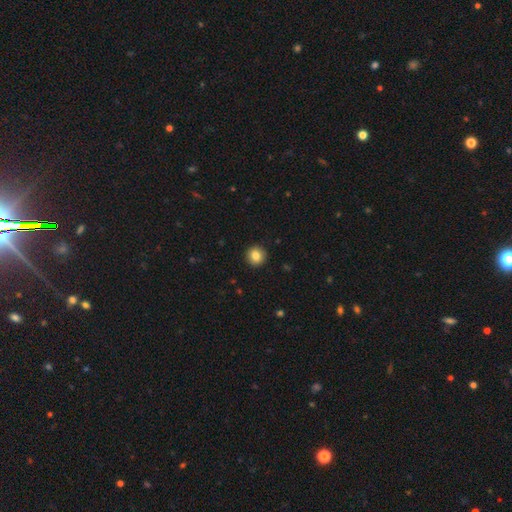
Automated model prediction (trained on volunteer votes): The model was most divided on "smooth or featured": smooth: 84%, star or artifact: 9%, featured or disk: 7%. More confident: how rounded — round (94%); merging — none (93%).